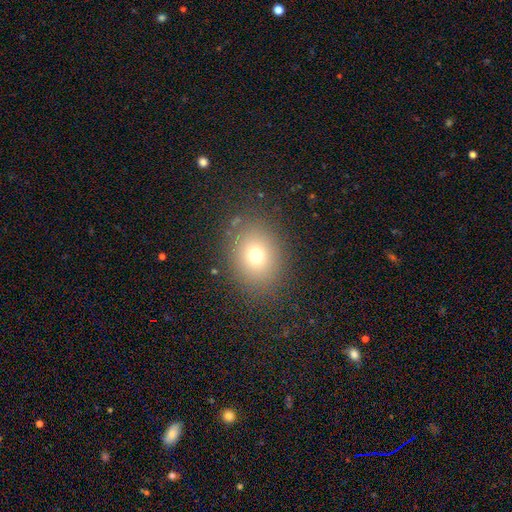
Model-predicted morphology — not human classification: smooth 72%, star or artifact 16%, featured or disk 12%. Down the decision tree: how rounded — round (51%); merging — none (85%).